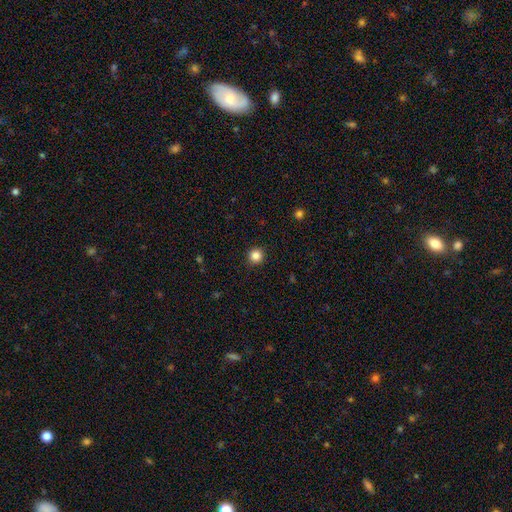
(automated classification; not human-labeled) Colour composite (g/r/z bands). It shows a smooth galaxy with no disk features (85%) that is round (94%). Merging: none (92%).